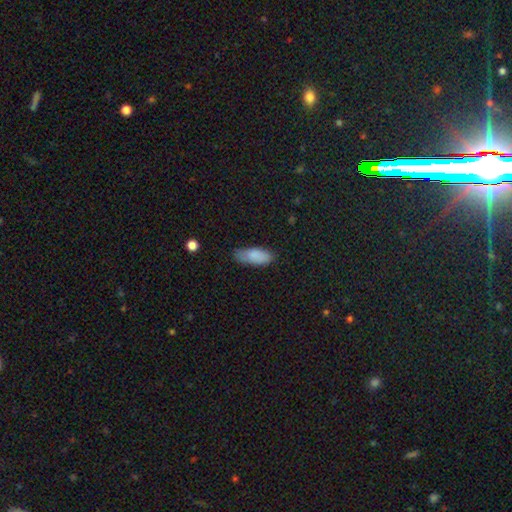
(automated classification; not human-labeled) smooth 85%, featured or disk 8%, star or artifact 7%. Down the decision tree: how rounded — in between (80%); merging — none (70%).